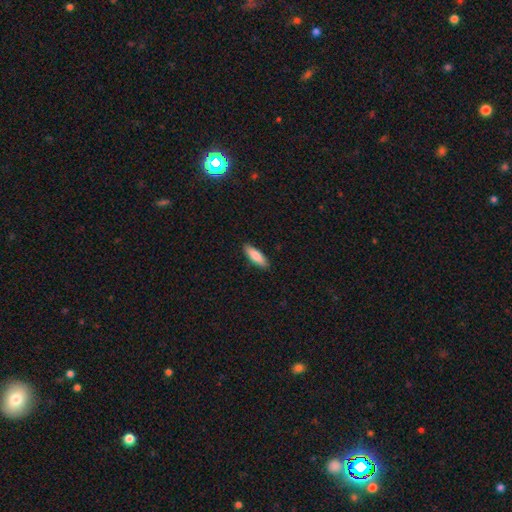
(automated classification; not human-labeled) Morphology: type=smooth (84%); roundness=cigar-shaped (52%); merging=none (90%).